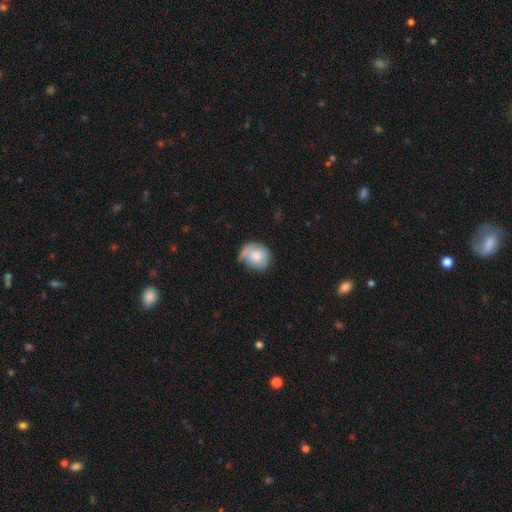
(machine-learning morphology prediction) The model was most divided on "merging": none: 50%, minor disturbance: 35%, major disturbance: 10%, merger: 5%. More confident: how rounded — round (75%); smooth or featured — smooth (71%).